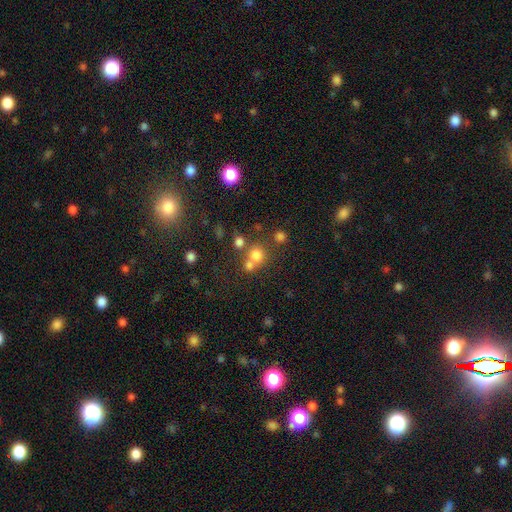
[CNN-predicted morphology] Q: Smooth or featured?
A: smooth (71%); runner-up: star or artifact (18%)
Q: How rounded?
A: round (86%); runner-up: in between (13%)
Q: Merging?
A: none (51%); runner-up: merger (37%)